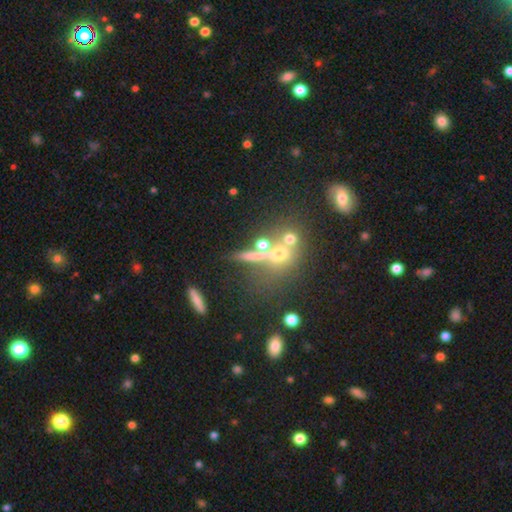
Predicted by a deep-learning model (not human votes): Q: Smooth or featured?
A: smooth (48%); runner-up: featured or disk (27%)
Q: Merging?
A: none (48%); runner-up: merger (32%)